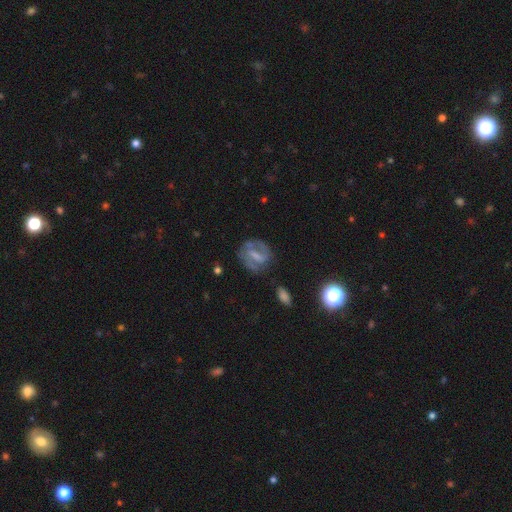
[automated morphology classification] type=featured or disk (69%); edge-on=no (96%); bar=weak (42%); spiral arms=yes (77%); winding=medium (44%); arm count=2 (68%); bulge=none (43%); merging=none (63%).